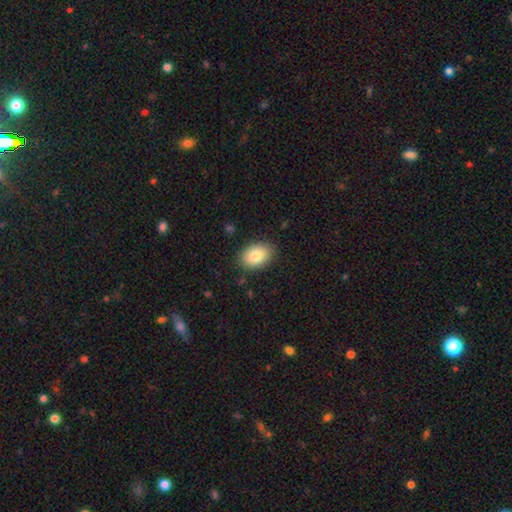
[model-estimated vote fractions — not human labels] Q: Smooth or featured?
A: smooth (83%); runner-up: featured or disk (9%)
Q: How rounded?
A: in between (80%); runner-up: round (19%)
Q: Merging?
A: none (86%); runner-up: minor disturbance (10%)